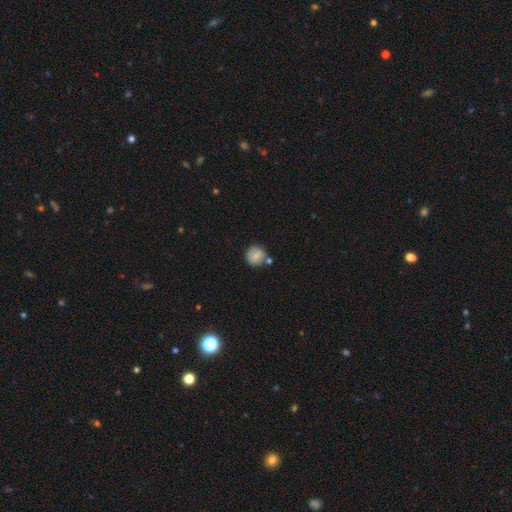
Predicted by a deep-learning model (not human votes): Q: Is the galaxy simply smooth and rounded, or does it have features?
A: smooth — 78%.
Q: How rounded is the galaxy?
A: round — 89%.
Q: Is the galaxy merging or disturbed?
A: none — 71%.